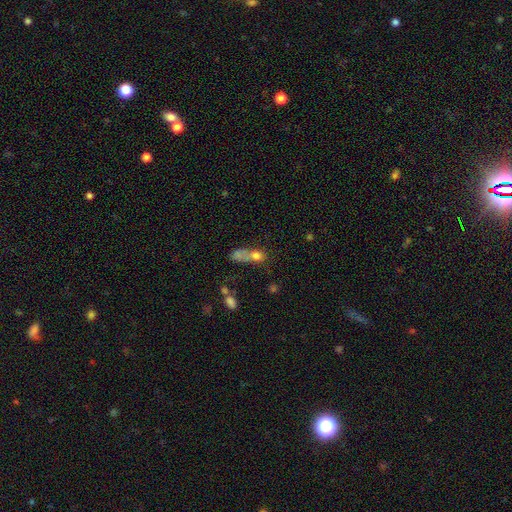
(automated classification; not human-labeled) The model was most divided on "how rounded": in between: 49%, round: 39%, cigar-shaped: 11%. More confident: smooth or featured — smooth (68%); merging — merger (52%).